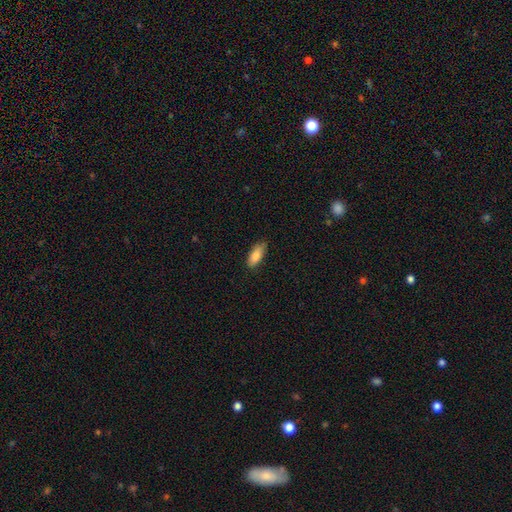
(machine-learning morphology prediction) Overall: smooth (86%). How rounded: in between (80%). Merging: none (76%).